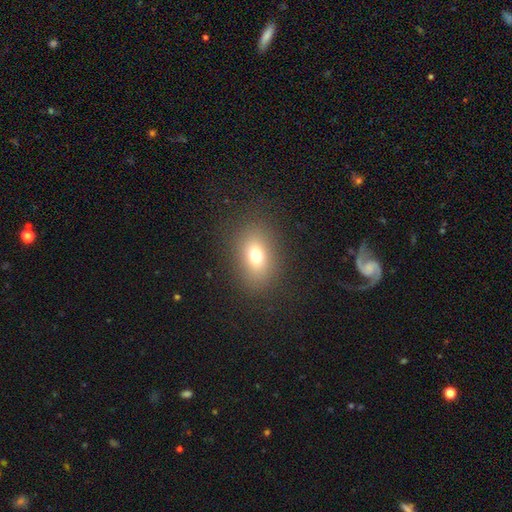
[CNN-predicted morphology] Smooth or featured?
  - smooth: 72% *
  - star or artifact: 15%
  - featured or disk: 12%
How rounded?
  - in between: 69% *
  - round: 29%
  - cigar-shaped: 2%
Merging?
  - none: 85% *
  - minor disturbance: 9%
  - major disturbance: 5%
  - merger: 1%